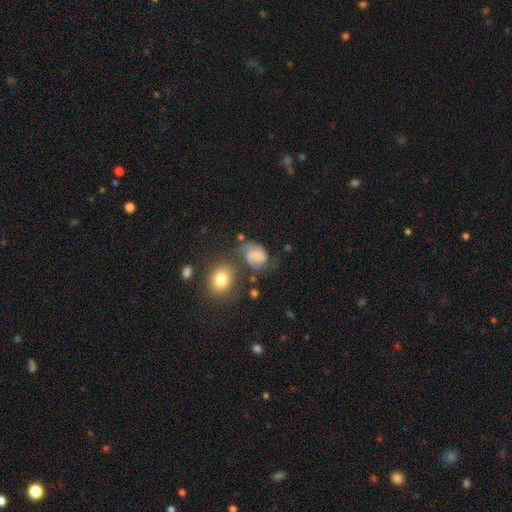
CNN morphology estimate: Smooth or featured? Predicted: featured or disk (p=0.68). Edge-on disk? Predicted: no (p=0.98). Bar? Predicted: no (p=0.46). Spiral arms? Predicted: yes (p=0.93). Spiral winding? Predicted: medium (p=0.51). Spiral arm count? Predicted: 2 (p=0.83). Bulge size? Predicted: small (p=0.51). Merging? Predicted: none (p=0.55).